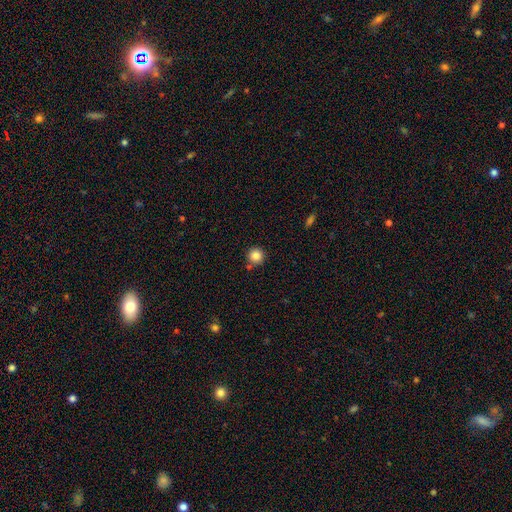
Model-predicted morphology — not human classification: type=smooth (85%); roundness=round (95%); merging=none (83%).